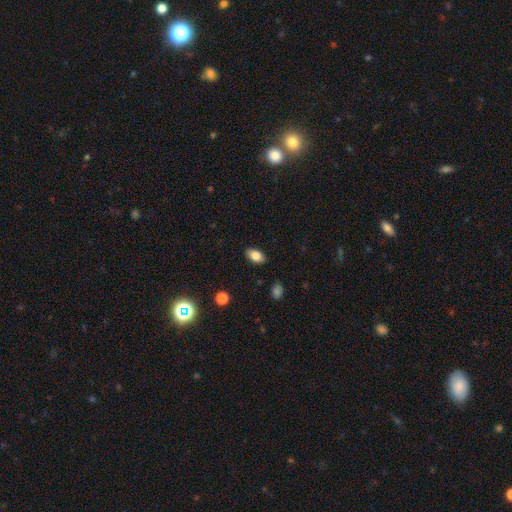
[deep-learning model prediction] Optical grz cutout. It shows a smooth galaxy with no disk features (81%) that is in between round and cigar-shaped (91%). Merging: none (87%).